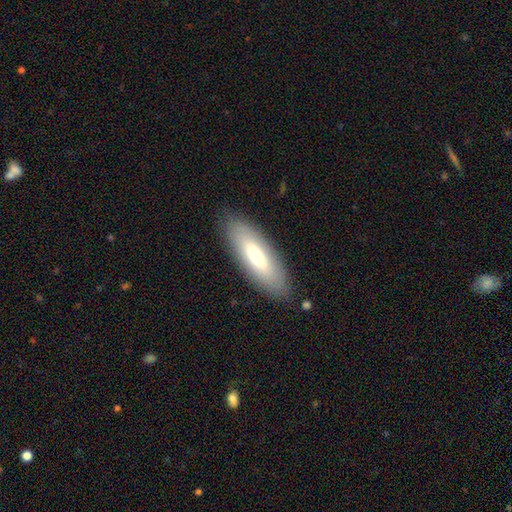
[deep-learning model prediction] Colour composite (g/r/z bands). It shows a smooth galaxy with no disk features (70%) that is in between round and cigar-shaped (62%). Merging: none (86%).